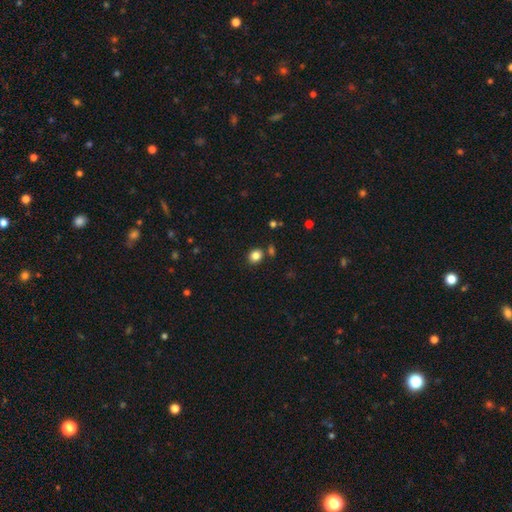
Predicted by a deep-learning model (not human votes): Smooth or featured: smooth — 83% (star or artifact — 11%)
How rounded: round — 62% (in between — 37%)
Merging: none — 81% (minor disturbance — 9%)